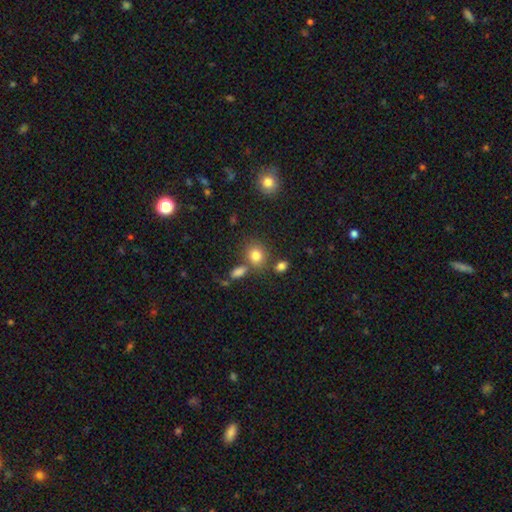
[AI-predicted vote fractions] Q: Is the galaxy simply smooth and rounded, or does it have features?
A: smooth — 80%.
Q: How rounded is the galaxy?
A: round — 67%.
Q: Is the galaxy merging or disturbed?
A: none — 66%.